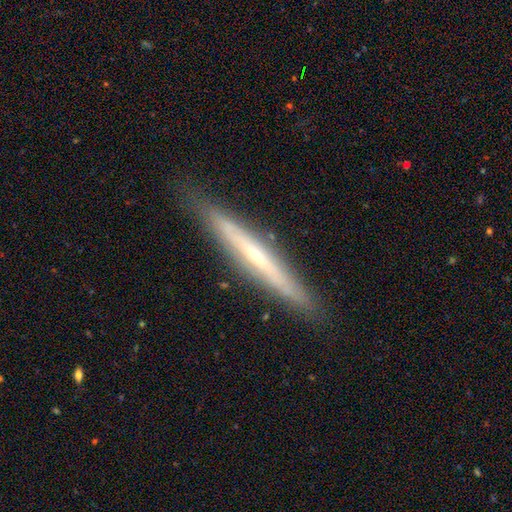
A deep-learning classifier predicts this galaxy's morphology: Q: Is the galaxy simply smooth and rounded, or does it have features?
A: featured or disk — 63%.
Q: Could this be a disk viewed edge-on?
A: yes — 94%.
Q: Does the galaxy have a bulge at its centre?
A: none — 51%.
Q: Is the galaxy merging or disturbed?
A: none — 87%.